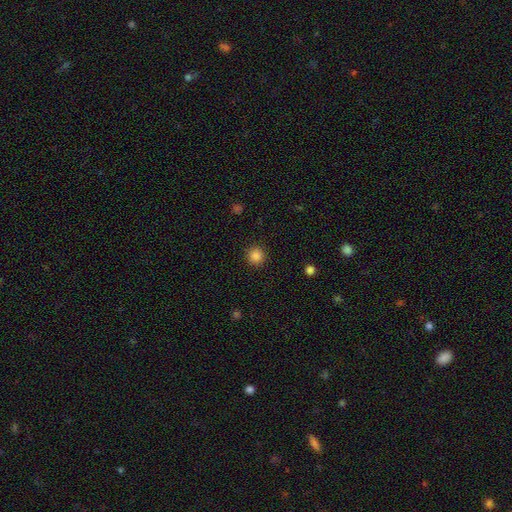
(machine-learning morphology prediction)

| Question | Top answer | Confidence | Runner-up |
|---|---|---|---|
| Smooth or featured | smooth | 86% | star or artifact (11%) |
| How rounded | round | 94% | in between (5%) |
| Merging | none | 92% | minor disturbance (5%) |